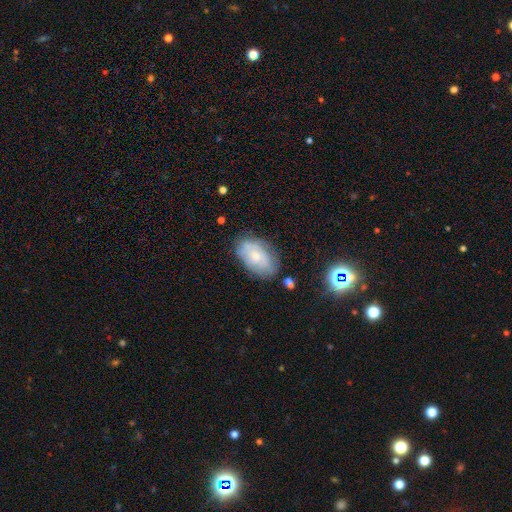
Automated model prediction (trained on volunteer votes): Smooth or featured? smooth (48%)
Merging? none (67%)